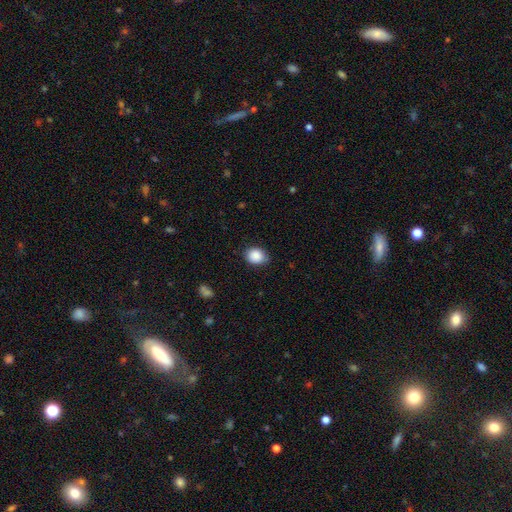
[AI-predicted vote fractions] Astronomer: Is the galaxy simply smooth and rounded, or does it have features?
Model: smooth — 88%.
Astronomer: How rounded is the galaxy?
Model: round — 57% (runner-up: in between, 42%).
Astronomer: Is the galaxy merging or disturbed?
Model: none — 78%.